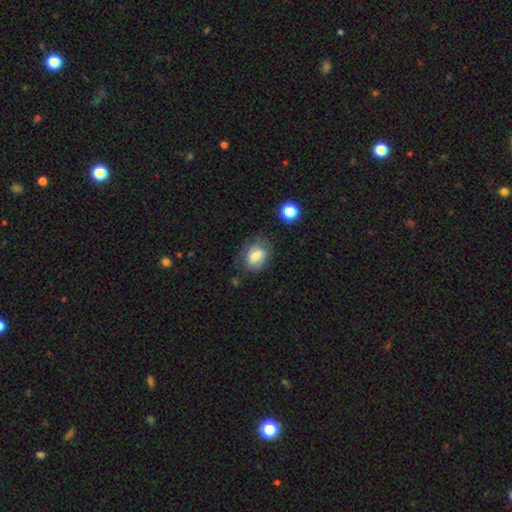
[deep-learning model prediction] A smooth galaxy with no disk features (73%) that is in between round and cigar-shaped (72%).

Vote fractions:
- Smooth or featured? smooth: 73% / featured or disk: 18% / star or artifact: 9%
- How rounded? in between: 72% / round: 26% / cigar-shaped: 2%
- Merging? none: 68% / minor disturbance: 21% / major disturbance: 7% / merger: 3%